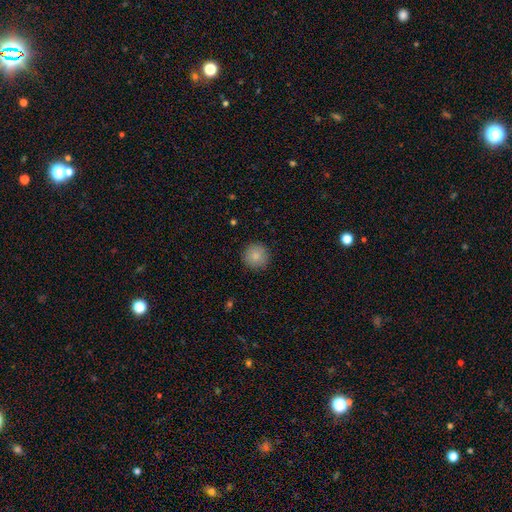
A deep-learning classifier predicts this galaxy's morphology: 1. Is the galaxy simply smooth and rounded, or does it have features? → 86% smooth, 8% star or artifact, 6% featured or disk.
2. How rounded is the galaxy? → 95% round, 4% in between, 1% cigar-shaped.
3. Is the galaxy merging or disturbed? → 91% none, 7% minor disturbance, 2% major disturbance, 1% merger.